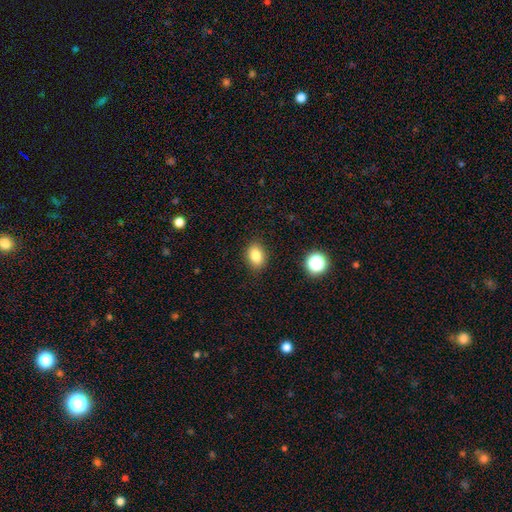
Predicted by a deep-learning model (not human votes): smooth_or_featured: smooth (p=0.82) [alt: star or artifact p=0.11]
how_rounded: in between (p=0.67) [alt: round p=0.31]
merging: none (p=0.88) [alt: minor disturbance p=0.08]